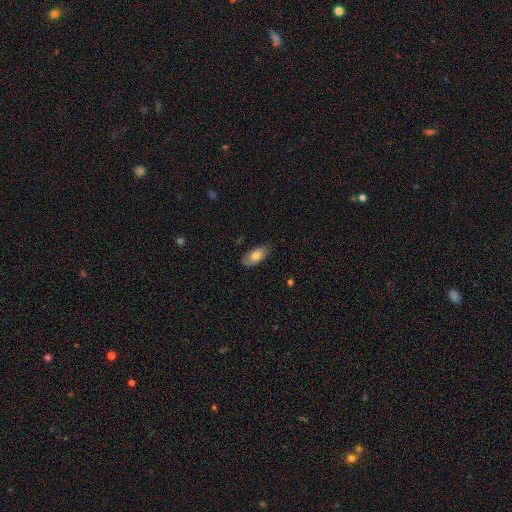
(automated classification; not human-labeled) A smooth galaxy with no disk features (75%) that is in between round and cigar-shaped (92%). Merging: none (78%).